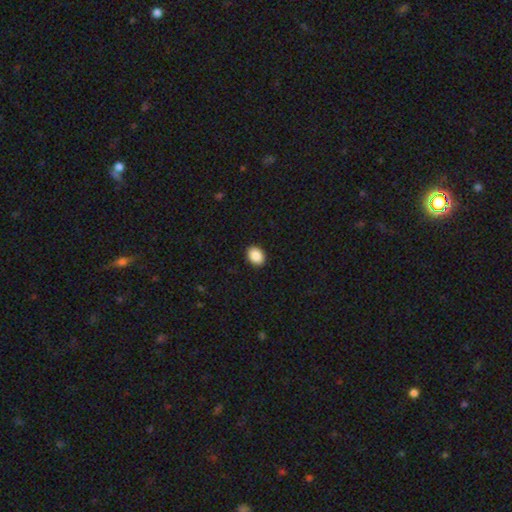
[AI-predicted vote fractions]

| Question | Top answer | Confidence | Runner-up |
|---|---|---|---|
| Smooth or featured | smooth | 90% | star or artifact (8%) |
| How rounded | in between | 68% | round (32%) |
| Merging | none | 91% | minor disturbance (6%) |